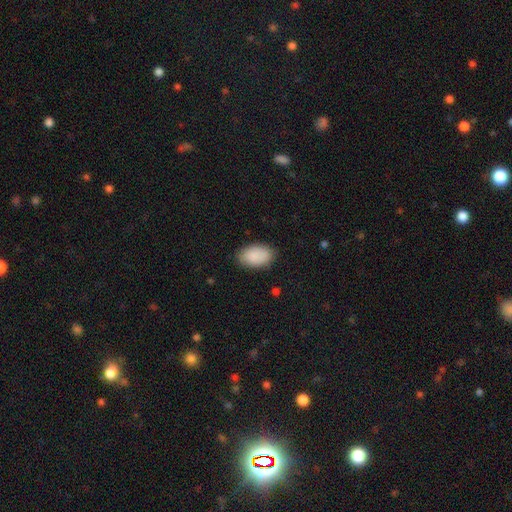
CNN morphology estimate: Smooth or featured?
  - smooth: 89% *
  - star or artifact: 6%
  - featured or disk: 4%
How rounded?
  - in between: 94% *
  - round: 5%
  - cigar-shaped: 1%
Merging?
  - none: 85% *
  - minor disturbance: 12%
  - major disturbance: 3%
  - merger: 1%